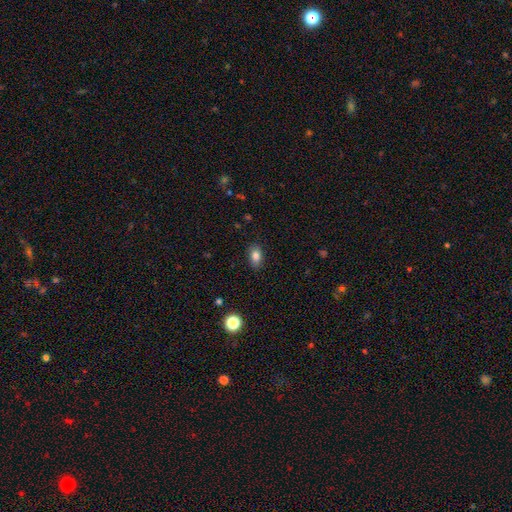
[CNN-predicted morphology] Smooth or featured? smooth (83%)
How rounded? in between (84%)
Merging? none (87%)